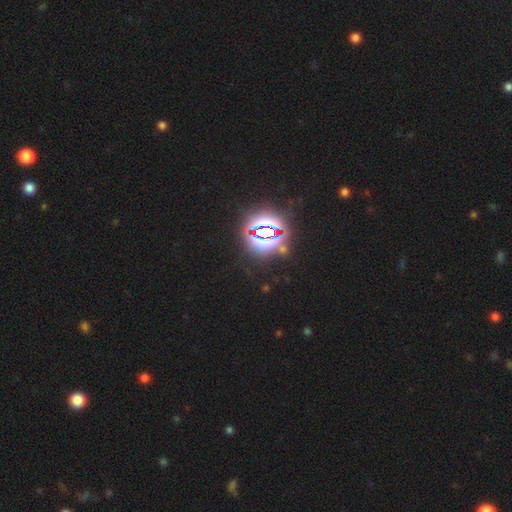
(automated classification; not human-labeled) smooth_or_featured: star or artifact (p=0.85) [alt: smooth p=0.10]